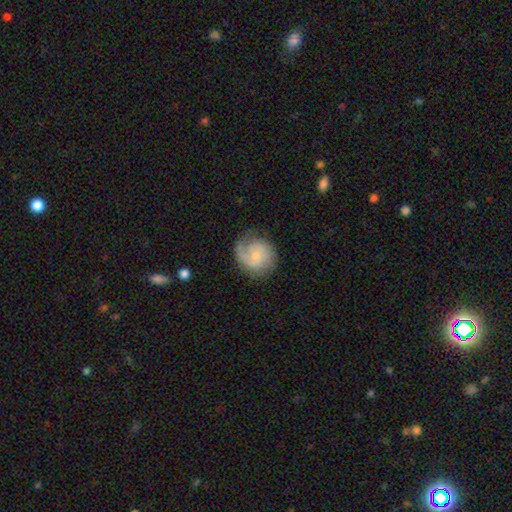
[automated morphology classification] type=featured or disk (70%); edge-on=no (98%); bar=no (67%); spiral arms=yes (94%); winding=tight (42%); arm count=2 (52%); bulge=small (70%); merging=none (71%).